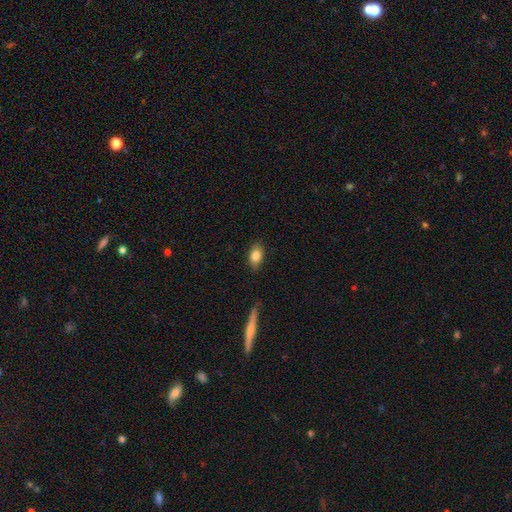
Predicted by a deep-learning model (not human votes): smooth_or_featured: smooth (p=0.83) [alt: featured or disk p=0.10]
how_rounded: in between (p=0.87) [alt: round p=0.10]
merging: none (p=0.84) [alt: minor disturbance p=0.12]